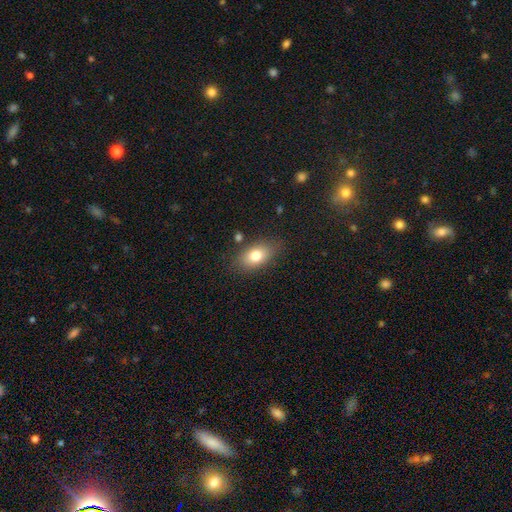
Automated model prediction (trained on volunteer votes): Smooth or featured?
  - smooth: 77% *
  - featured or disk: 15%
  - star or artifact: 9%
How rounded?
  - in between: 85% *
  - round: 12%
  - cigar-shaped: 4%
Merging?
  - none: 78% *
  - minor disturbance: 15%
  - major disturbance: 4%
  - merger: 3%